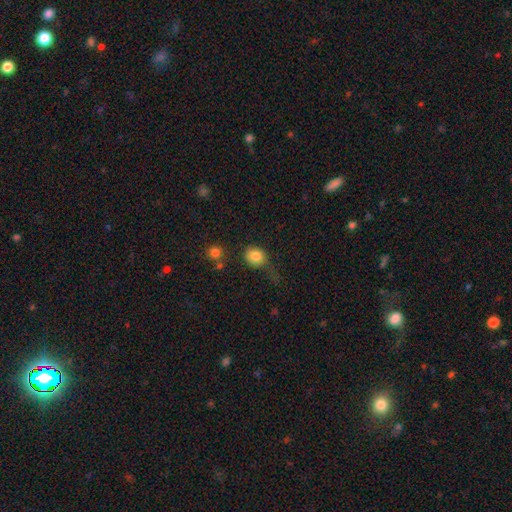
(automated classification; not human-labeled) smooth-or-featured: smooth: 82% | star or artifact: 10% | featured or disk: 8%
  how-rounded: round: 73% | in between: 26% | cigar-shaped: 1%
  merging: none: 53% | minor disturbance: 26% | major disturbance: 15% | merger: 6%